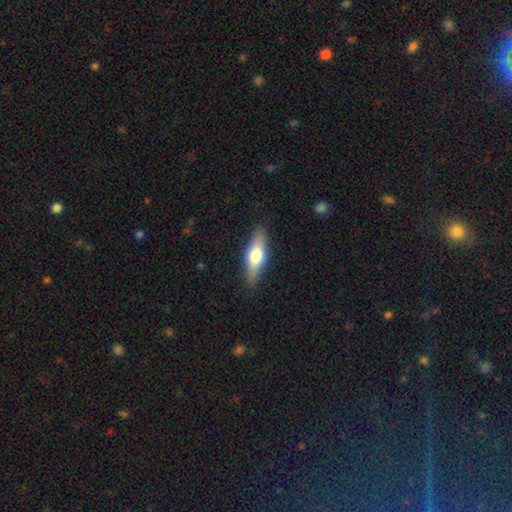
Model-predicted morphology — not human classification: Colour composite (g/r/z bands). It shows a smooth galaxy with no disk features (55%) that is in between round and cigar-shaped (49%). Merging: none (86%).